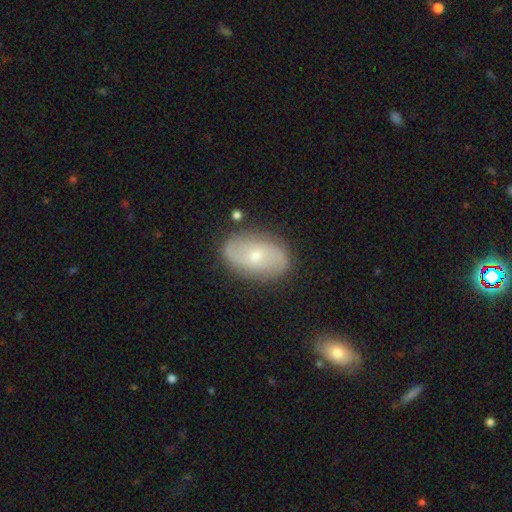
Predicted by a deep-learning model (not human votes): This is likely a featured or disk galaxy (68%). It is clearly not viewed edge-on (96%). Bar: likely no (62%). Spiral arm pattern: clearly yes (86%). Spiral arm count: clearly 2 (83%). Spiral winding: marginally medium (42%). Central bulge: possibly small (55%). Merging: clearly none (81%).